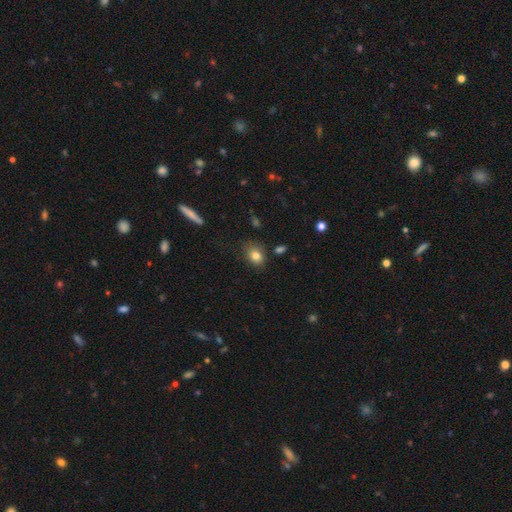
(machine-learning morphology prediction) A smooth galaxy with no disk features (80%) that is in between round and cigar-shaped (57%). Merging: none (73%).